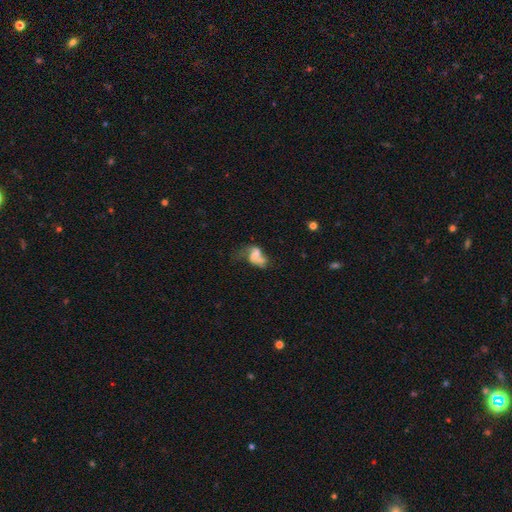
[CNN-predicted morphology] This is marginally a smooth galaxy (44%). Merging: marginally merger (33%).